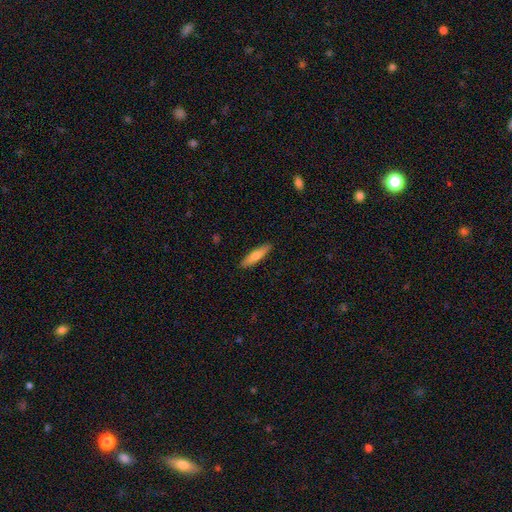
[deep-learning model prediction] Smooth or featured? smooth (69%)
How rounded? cigar-shaped (79%)
Merging? none (90%)